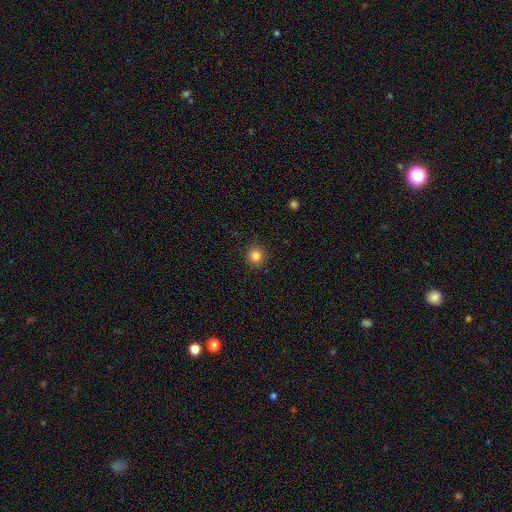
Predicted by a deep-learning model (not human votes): A smooth galaxy with no disk features (84%) that is round (93%).

Vote fractions:
- Smooth or featured? smooth: 84% / star or artifact: 12% / featured or disk: 5%
- How rounded? round: 93% / in between: 7% / cigar-shaped: 1%
- Merging? none: 91% / minor disturbance: 6% / major disturbance: 2% / merger: 1%